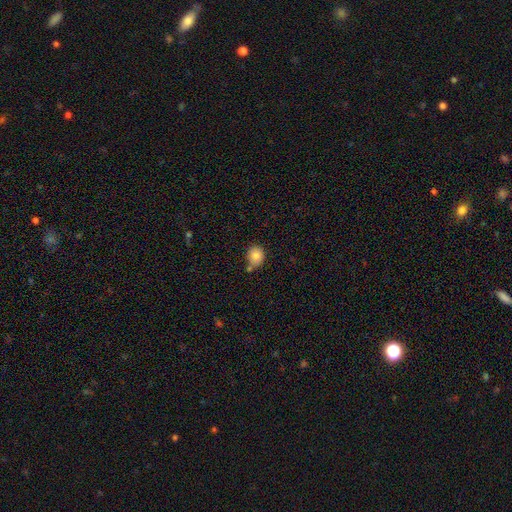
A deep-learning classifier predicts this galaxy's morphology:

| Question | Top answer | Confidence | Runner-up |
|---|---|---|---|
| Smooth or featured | smooth | 84% | star or artifact (9%) |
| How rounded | round | 66% | in between (33%) |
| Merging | none | 63% | minor disturbance (17%) |